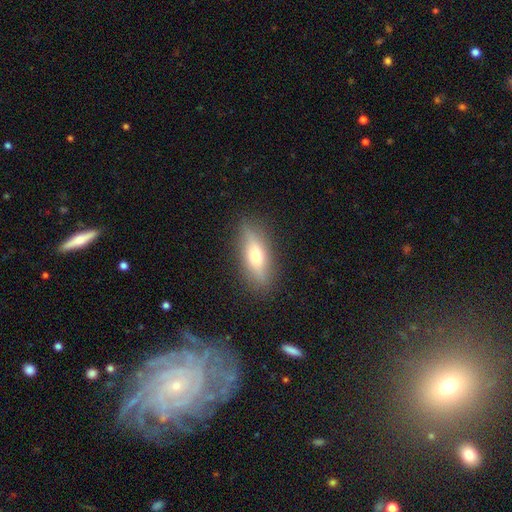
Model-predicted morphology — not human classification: A smooth galaxy with no disk features (56%) that is in between round and cigar-shaped (54%). Merging: none (84%).